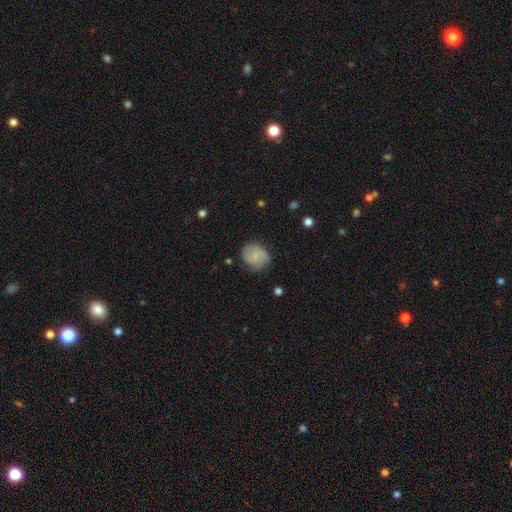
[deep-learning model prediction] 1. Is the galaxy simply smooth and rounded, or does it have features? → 58% smooth, 34% featured or disk, 8% star or artifact.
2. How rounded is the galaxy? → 72% round, 27% in between, 1% cigar-shaped.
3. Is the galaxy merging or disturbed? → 68% none, 23% minor disturbance, 7% major disturbance, 1% merger.